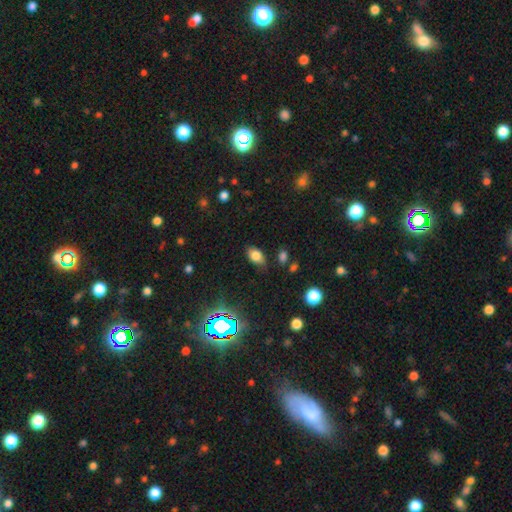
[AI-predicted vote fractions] A smooth galaxy with no disk features (76%) that is in between round and cigar-shaped (88%).

Vote fractions:
- Smooth or featured? smooth: 76% / star or artifact: 13% / featured or disk: 11%
- How rounded? in between: 88% / round: 9% / cigar-shaped: 2%
- Merging? none: 77% / minor disturbance: 17% / major disturbance: 4% / merger: 2%